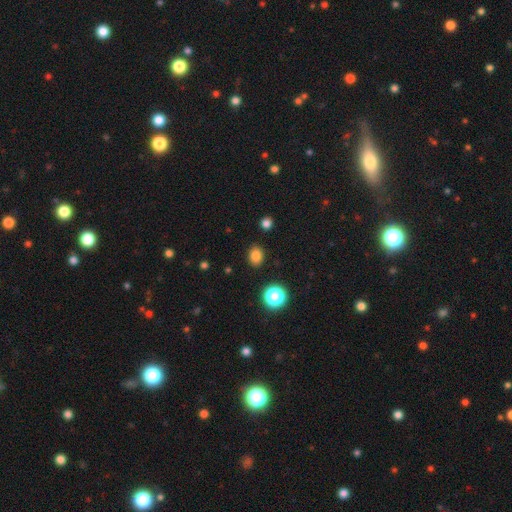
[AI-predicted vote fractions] A smooth galaxy with no disk features (82%) that is in between round and cigar-shaped (56%). Merging: none (87%).